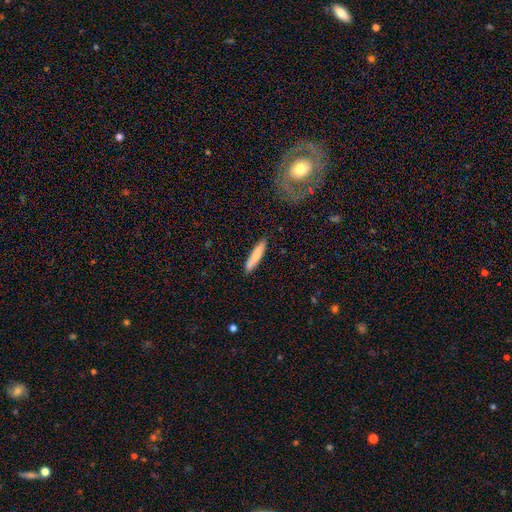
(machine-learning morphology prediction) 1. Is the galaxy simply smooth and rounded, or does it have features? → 80% smooth, 15% featured or disk, 6% star or artifact.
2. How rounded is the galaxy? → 89% cigar-shaped, 10% in between, 1% round.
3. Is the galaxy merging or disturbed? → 88% none, 9% minor disturbance, 2% major disturbance, 2% merger.